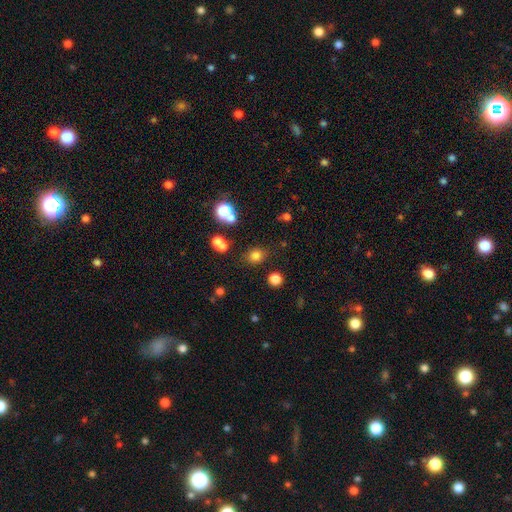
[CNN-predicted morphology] Smooth or featured? smooth (75%)
How rounded? round (71%)
Merging? none (79%)